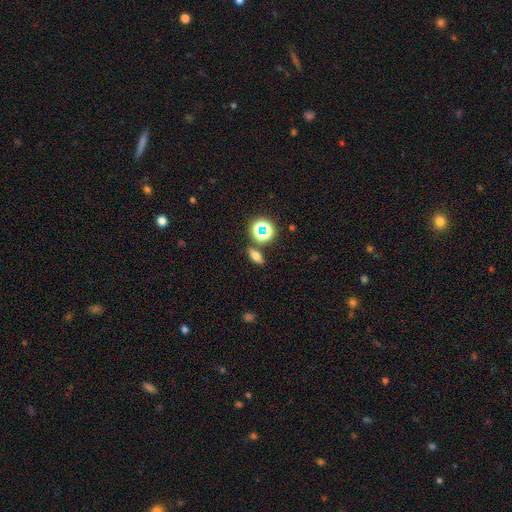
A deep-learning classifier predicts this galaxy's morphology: smooth 64%, star or artifact 21%, featured or disk 16%. Down the decision tree: how rounded — in between (66%); merging — none (82%).